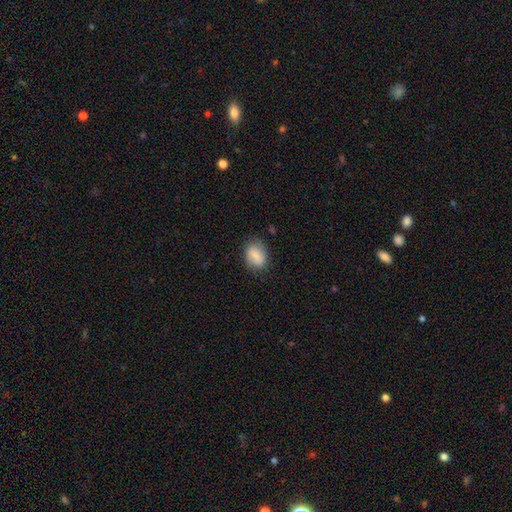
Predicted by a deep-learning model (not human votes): This appears to be a smooth galaxy with no disk features (76%) that is in between round and cigar-shaped (69%). Merging: none (75%).